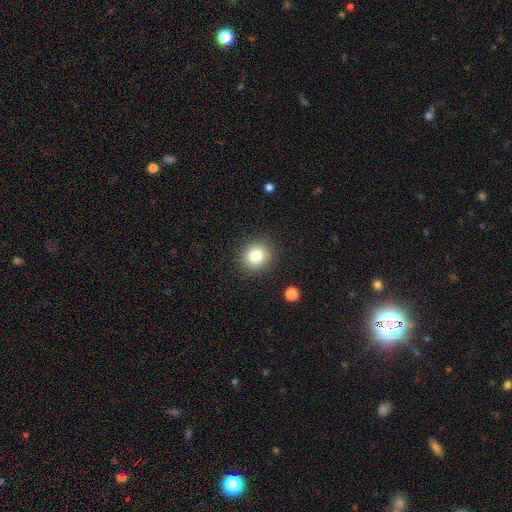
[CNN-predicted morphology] smooth-or-featured: smooth: 81% | star or artifact: 11% | featured or disk: 7%
  how-rounded: round: 87% | in between: 12% | cigar-shaped: 1%
  merging: none: 89% | minor disturbance: 7% | major disturbance: 3% | merger: 1%